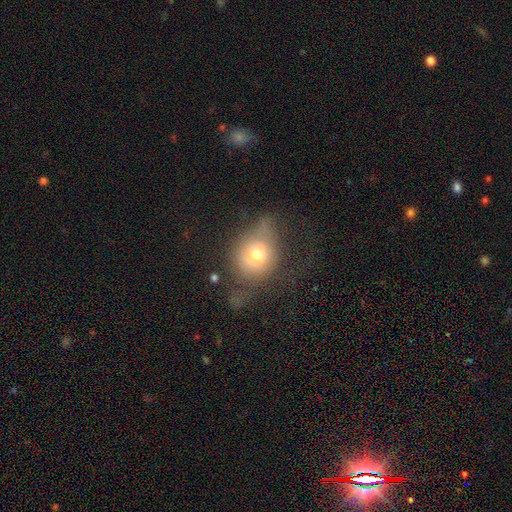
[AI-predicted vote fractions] This is likely a smooth galaxy (60%). How rounded: likely round (64%). Merging: marginally none (33%).